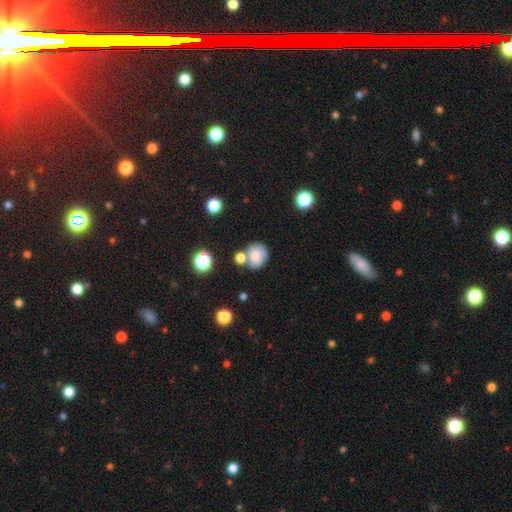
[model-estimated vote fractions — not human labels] This is likely a smooth galaxy (77%). How rounded: likely round (74%). Merging: possibly none (58%).